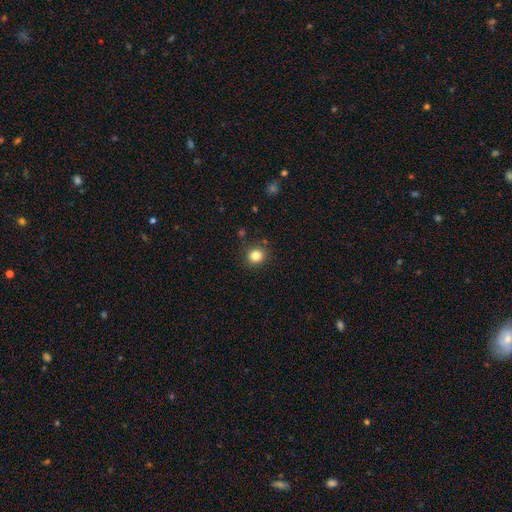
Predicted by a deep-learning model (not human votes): Overall: smooth (84%). How rounded: round (87%). Merging: none (89%).